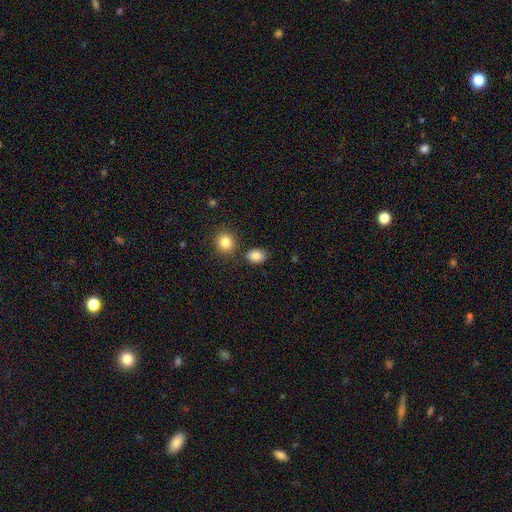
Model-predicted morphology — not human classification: A smooth galaxy with no disk features (85%) that is in between round and cigar-shaped (60%). Merging: none (78%).